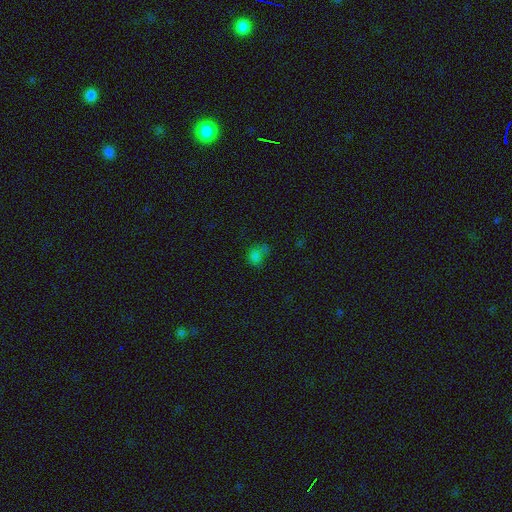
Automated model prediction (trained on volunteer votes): The model was most divided on "how rounded": in between: 50%, round: 48%, cigar-shaped: 2%. Remaining: smooth or featured — smooth (67%); merging — none (38%).